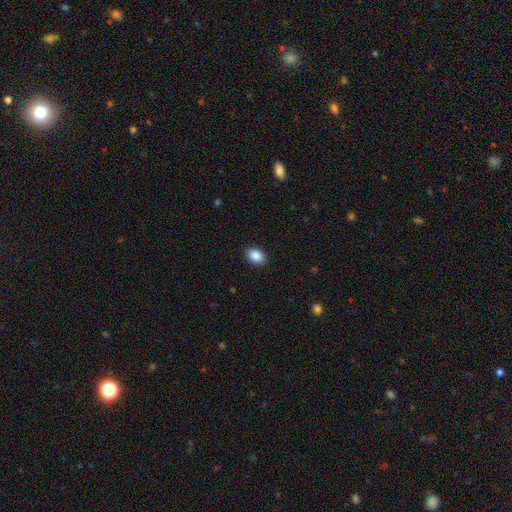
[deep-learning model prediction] This appears to be a smooth galaxy with no disk features (89%) that is in between round and cigar-shaped (81%). Merging: none (90%).